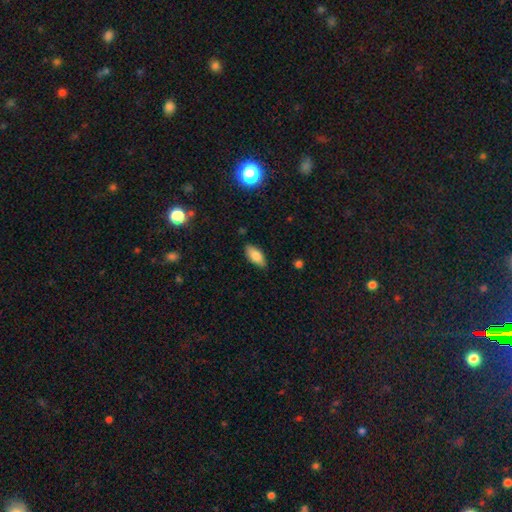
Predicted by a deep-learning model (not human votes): smooth-or-featured: smooth: 82% | featured or disk: 11% | star or artifact: 8%
  how-rounded: in between: 88% | cigar-shaped: 10% | round: 2%
  merging: none: 85% | minor disturbance: 12% | major disturbance: 2% | merger: 1%